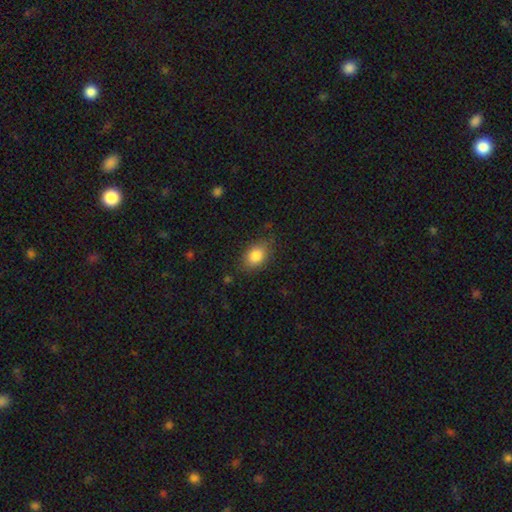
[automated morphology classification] This is clearly a smooth galaxy (84%). How rounded: clearly in between (80%). Merging: likely none (77%).